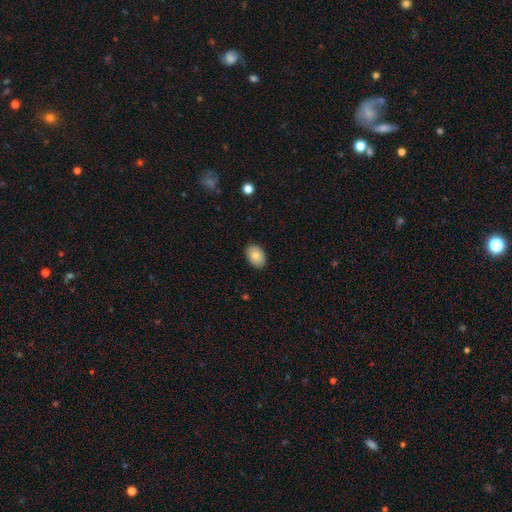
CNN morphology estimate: smooth-or-featured: smooth: 85% | featured or disk: 8% | star or artifact: 7%
  how-rounded: in between: 86% | round: 13% | cigar-shaped: 1%
  merging: none: 89% | minor disturbance: 9% | major disturbance: 2% | merger: 1%